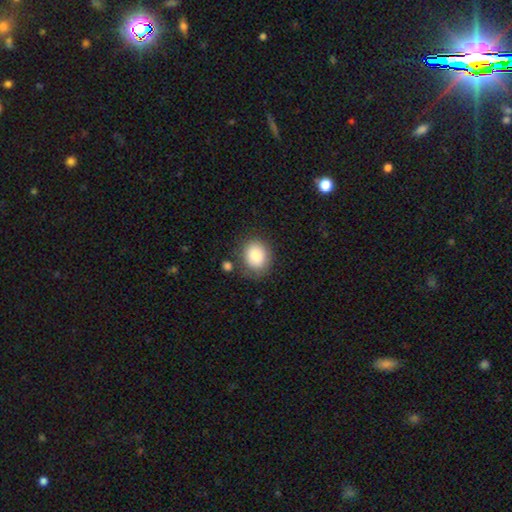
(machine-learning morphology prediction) Overall: smooth (86%). How rounded: round (56%; in between 43%). Merging: none (76%).